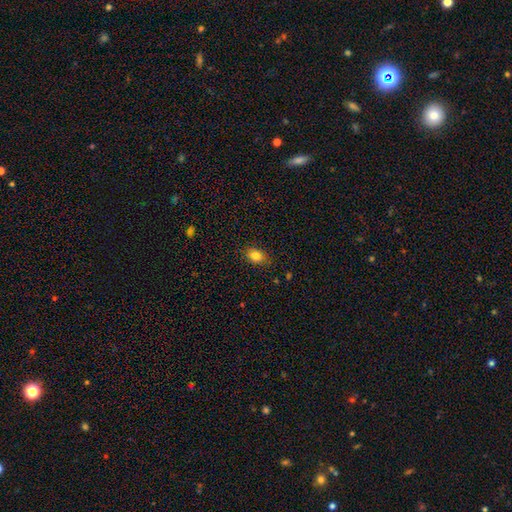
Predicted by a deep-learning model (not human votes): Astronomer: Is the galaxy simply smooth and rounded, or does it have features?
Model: smooth — 83%.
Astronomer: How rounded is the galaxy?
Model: in between — 75%.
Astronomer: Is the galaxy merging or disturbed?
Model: none — 86%.